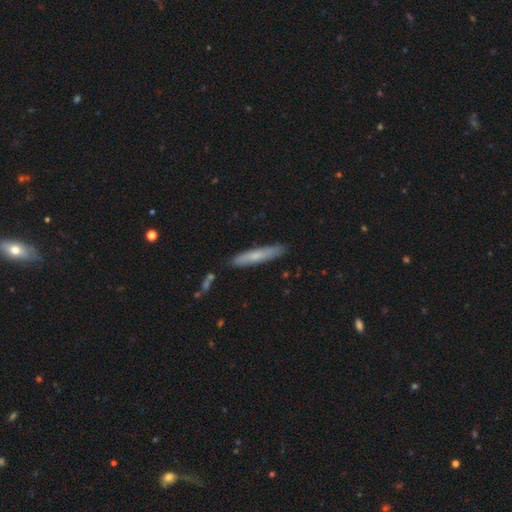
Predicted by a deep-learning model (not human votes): Q: Smooth or featured?
A: smooth (65%); runner-up: featured or disk (29%)
Q: How rounded?
A: cigar-shaped (92%); runner-up: in between (7%)
Q: Merging?
A: none (86%); runner-up: minor disturbance (10%)